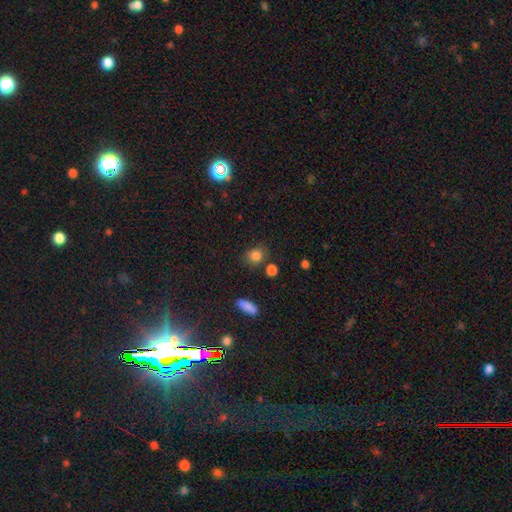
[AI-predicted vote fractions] This appears to be a smooth galaxy with no disk features (83%) that is round (71%). Merging: none (72%).